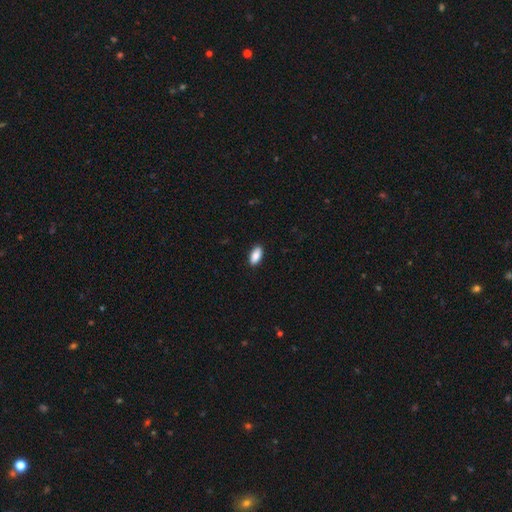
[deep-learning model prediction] This is clearly a smooth galaxy (89%). How rounded: clearly in between (89%). Merging: clearly none (90%).